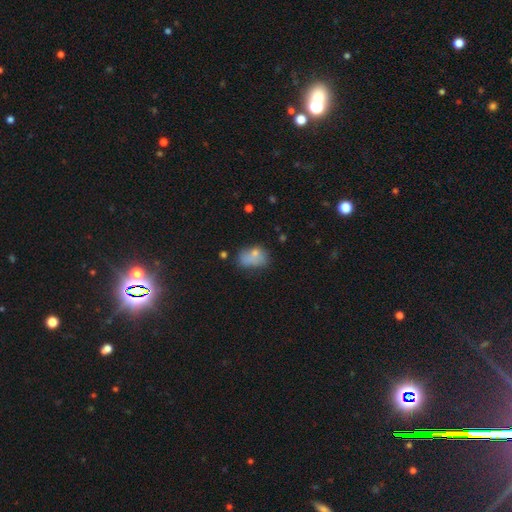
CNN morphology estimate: The model was most divided on "merging": none: 34%, minor disturbance: 26%, merger: 21%, major disturbance: 18%. More confident: how rounded — in between (79%); smooth or featured — smooth (72%).